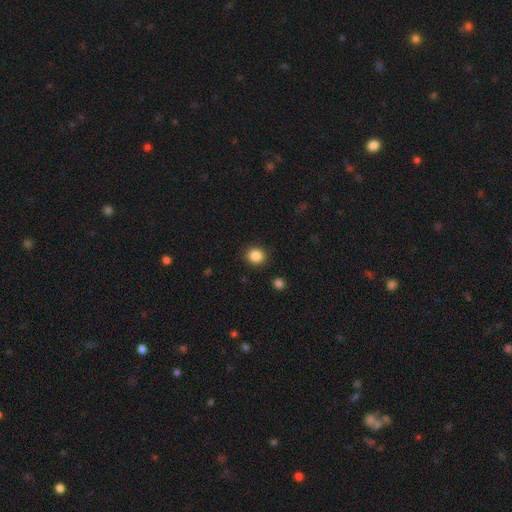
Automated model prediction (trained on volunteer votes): Overall: smooth (86%). How rounded: round (89%). Merging: none (90%).